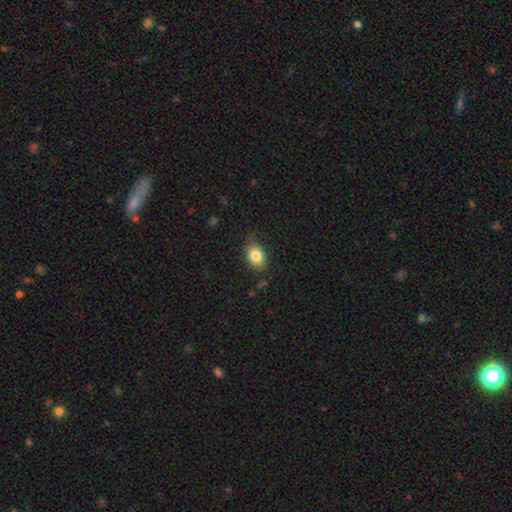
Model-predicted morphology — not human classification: This is clearly a smooth galaxy (82%). How rounded: likely in between (76%). Merging: likely none (77%).